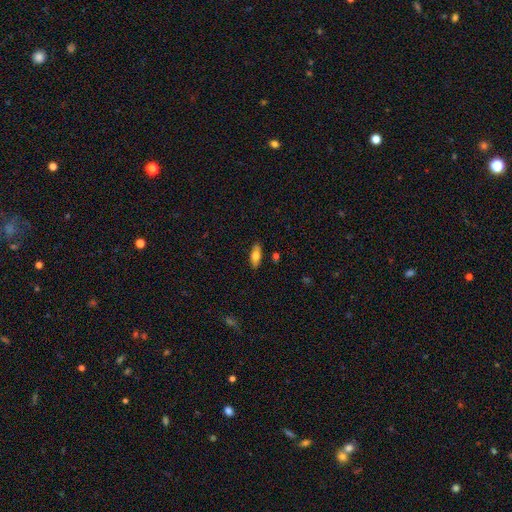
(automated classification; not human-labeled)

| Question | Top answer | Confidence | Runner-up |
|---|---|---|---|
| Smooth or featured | smooth | 72% | featured or disk (21%) |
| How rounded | in between | 75% | cigar-shaped (22%) |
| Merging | none | 86% | minor disturbance (10%) |